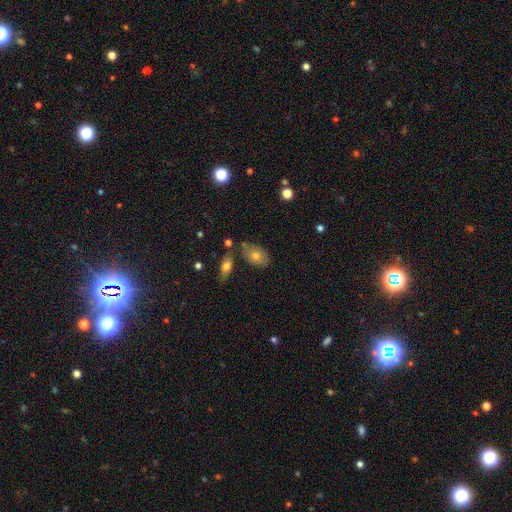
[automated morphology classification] smooth_or_featured: smooth (p=0.71) [alt: featured or disk p=0.20]
how_rounded: in between (p=0.88) [alt: round p=0.09]
merging: none (p=0.71) [alt: minor disturbance p=0.15]